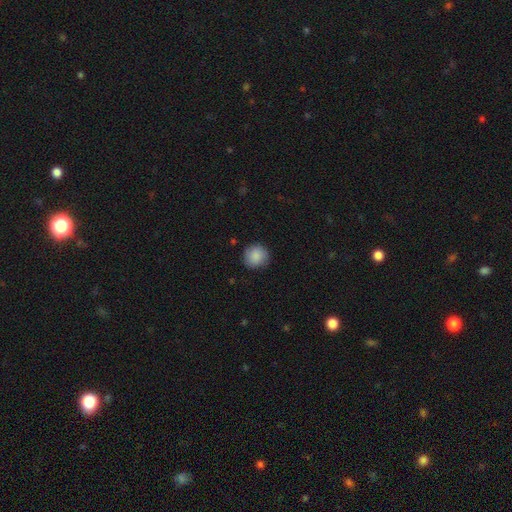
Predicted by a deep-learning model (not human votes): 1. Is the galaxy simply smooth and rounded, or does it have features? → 89% smooth, 7% star or artifact, 4% featured or disk.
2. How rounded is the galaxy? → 92% round, 7% in between, 1% cigar-shaped.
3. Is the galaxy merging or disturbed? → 87% none, 10% minor disturbance, 2% major disturbance, 1% merger.